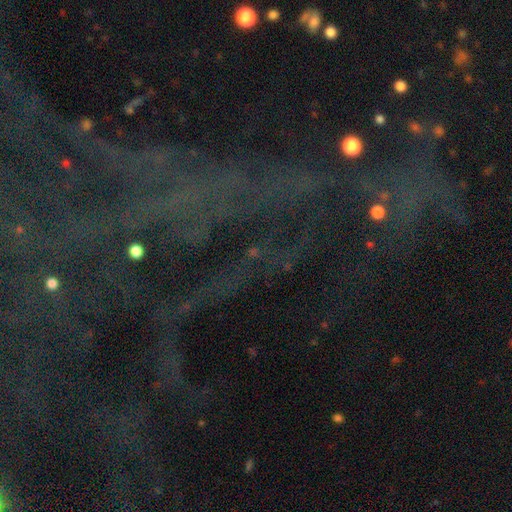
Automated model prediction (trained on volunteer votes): smooth-or-featured: star or artifact: 78% | featured or disk: 13% | smooth: 9%